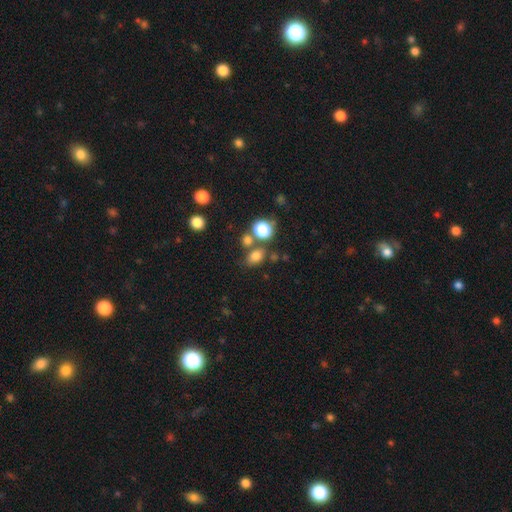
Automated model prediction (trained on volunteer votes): Smooth or featured? Predicted: smooth (p=0.78). How rounded? Predicted: in between (p=0.62). Merging? Predicted: none (p=0.57).